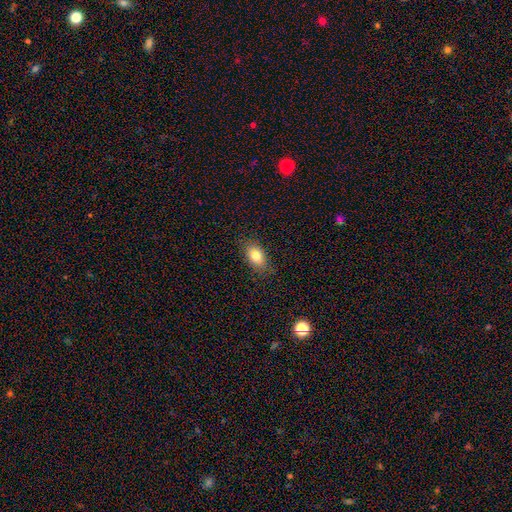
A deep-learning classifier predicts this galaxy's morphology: type=smooth (80%); roundness=in between (86%); merging=none (83%).